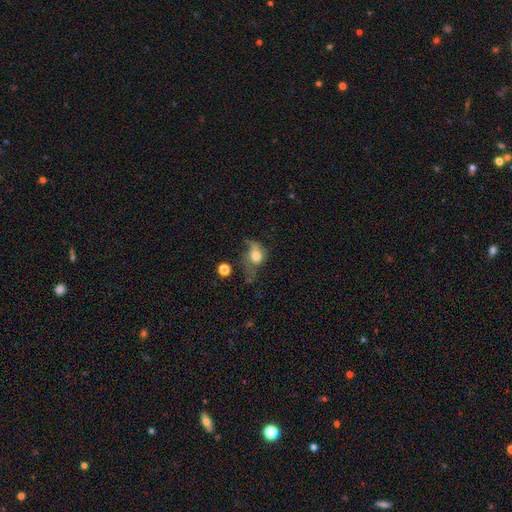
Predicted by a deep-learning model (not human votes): A smooth galaxy with no disk features (62%) that is in between round and cigar-shaped (51%). Merging: major disturbance (39%).